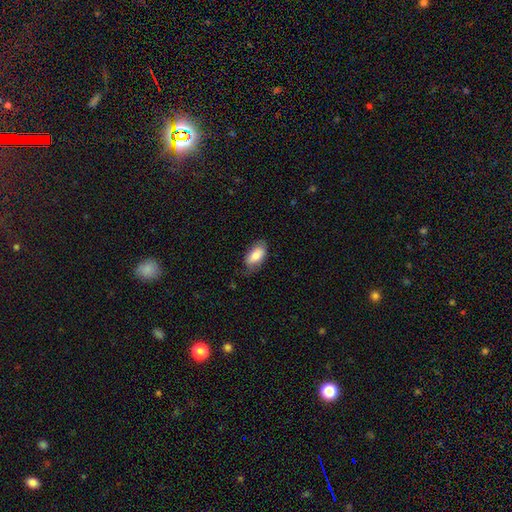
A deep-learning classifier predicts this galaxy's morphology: smooth 78%, featured or disk 16%, star or artifact 6%. Down the decision tree: how rounded — in between (92%); merging — none (70%).